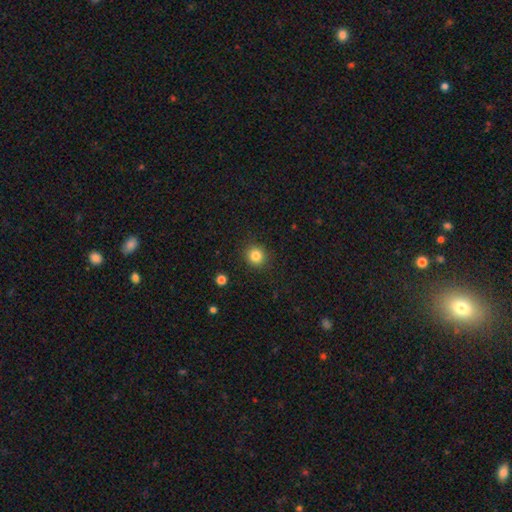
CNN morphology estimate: A smooth galaxy with no disk features (84%) that is round (90%). Merging: none (90%).